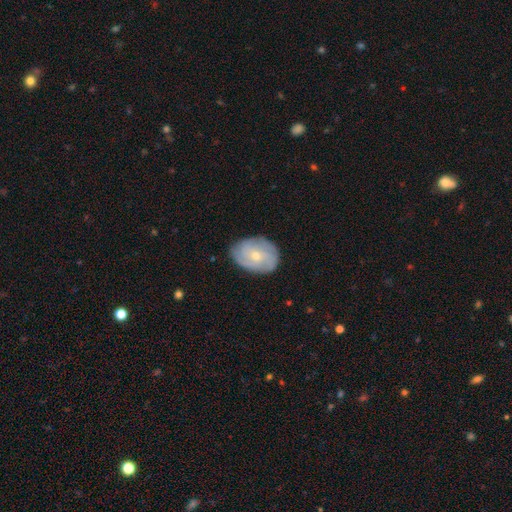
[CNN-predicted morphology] Q: Smooth or featured?
A: featured or disk (65%); runner-up: smooth (28%)
Q: Edge-on disk?
A: no (97%); runner-up: yes (3%)
Q: Bar?
A: no (73%); runner-up: weak (23%)
Q: Spiral arms?
A: yes (84%); runner-up: no (16%)
Q: Spiral winding?
A: tight (56%); runner-up: medium (32%)
Q: Spiral arm count?
A: can't tell (37%); runner-up: 3 (23%)
Q: Bulge size?
A: small (64%); runner-up: moderate (33%)
Q: Merging?
A: none (78%); runner-up: minor disturbance (17%)